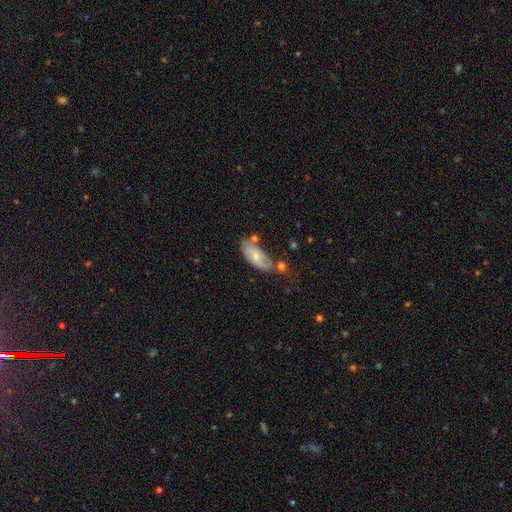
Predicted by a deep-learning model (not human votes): Q: Smooth or featured?
A: smooth (55%); runner-up: featured or disk (39%)
Q: How rounded?
A: in between (87%); runner-up: cigar-shaped (11%)
Q: Merging?
A: none (50%); runner-up: minor disturbance (26%)